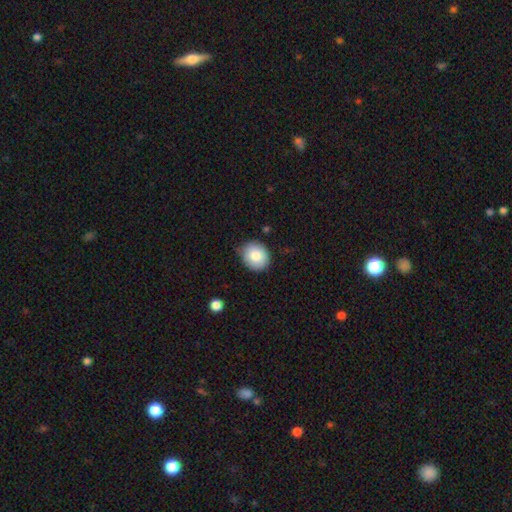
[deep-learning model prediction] A smooth galaxy with no disk features (82%) that is round (76%). Merging: none (80%).